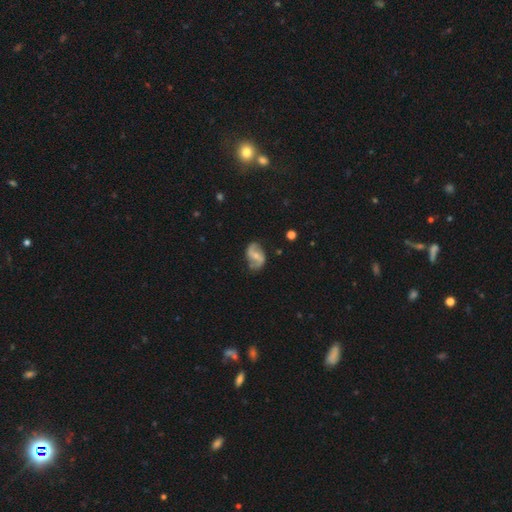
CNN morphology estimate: smooth-or-featured: featured or disk: 76% | smooth: 18% | star or artifact: 6%
  disk-edge-on: no: 97% | yes: 3%
    bar: weak: 44% | strong: 31% | no: 25%
    has-spiral-arms: yes: 89% | no: 11%
      spiral-winding: loose: 60% | medium: 30% | tight: 10%
      spiral-arm-count: 2: 90% | can't tell: 5% | 1: 2% | 3: 1% | 4: 1% | more than 4: 1%
    bulge-size: small: 54% | moderate: 36% | none: 7% | large: 2% | dominant: 1%
  merging: none: 71% | minor disturbance: 20% | major disturbance: 7% | merger: 2%